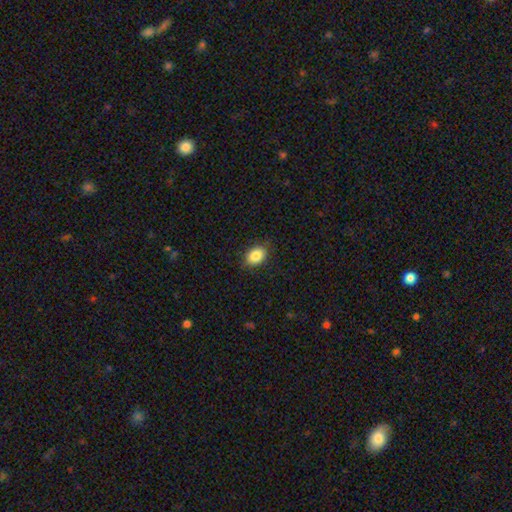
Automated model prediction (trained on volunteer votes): A smooth galaxy with no disk features (86%) that is in between round and cigar-shaped (75%). Merging: none (83%).